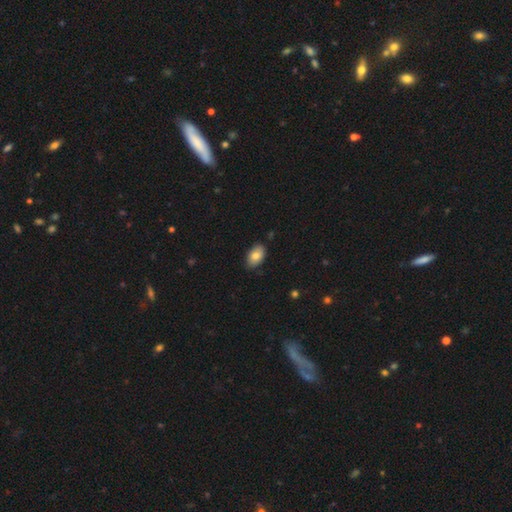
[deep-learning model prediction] Overall: smooth (81%). How rounded: in between (91%). Merging: none (82%).